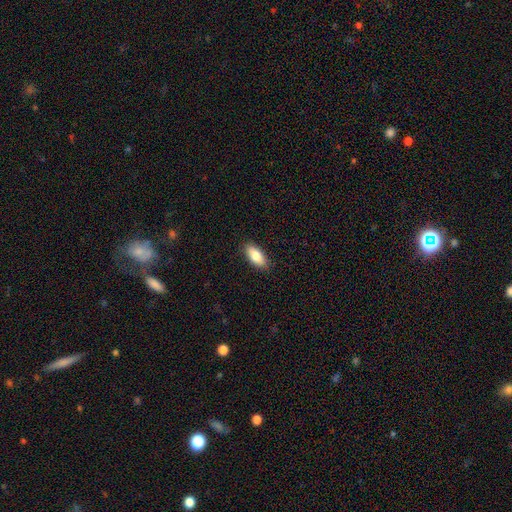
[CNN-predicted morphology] Smooth or featured? Predicted: smooth (p=0.83). How rounded? Predicted: in between (p=0.85). Merging? Predicted: none (p=0.89).